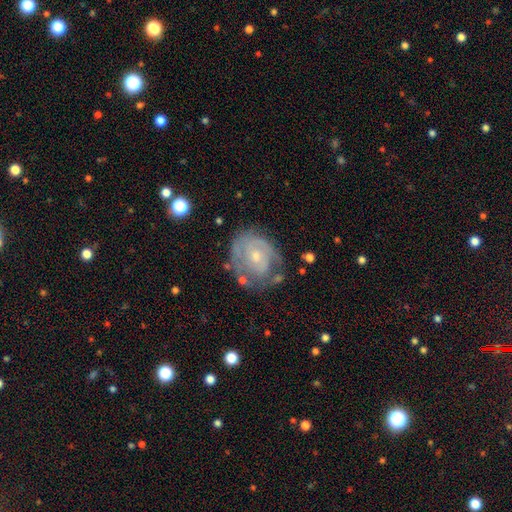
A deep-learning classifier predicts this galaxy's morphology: This is likely a featured or disk galaxy (75%). It is clearly not viewed edge-on (97%). Bar: likely no (72%). Spiral arm pattern: clearly yes (82%). Spiral arm count: marginally can't tell (42%). Spiral winding: likely tight (66%). Central bulge: likely small (61%). Merging: likely none (61%).